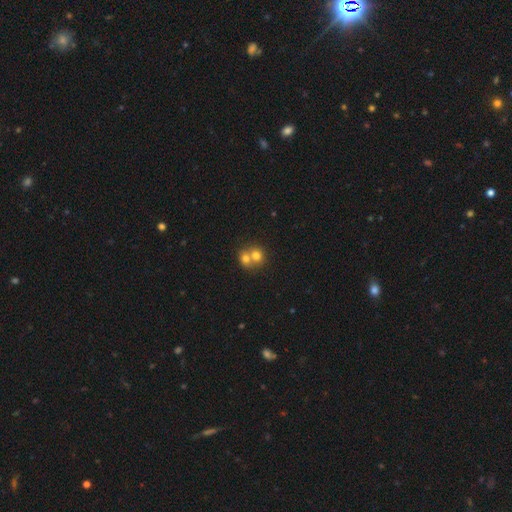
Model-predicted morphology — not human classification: type=smooth (72%); roundness=round (74%); merging=merger (68%).